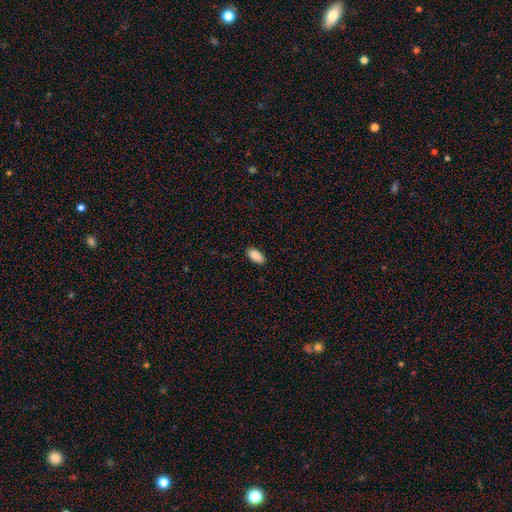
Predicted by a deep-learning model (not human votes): smooth_or_featured: smooth (p=0.90) [alt: star or artifact p=0.07]
how_rounded: in between (p=0.92) [alt: cigar-shaped p=0.05]
merging: none (p=0.89) [alt: minor disturbance p=0.08]